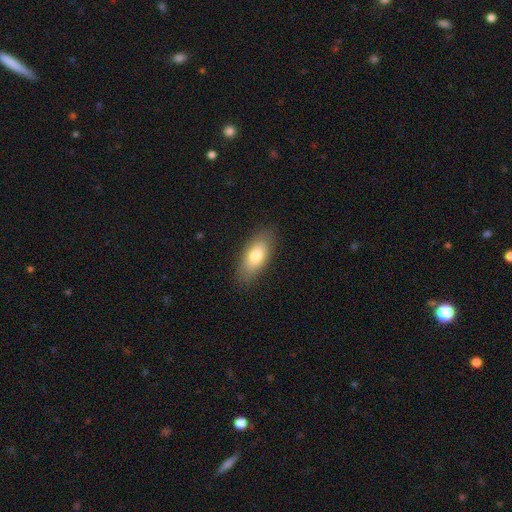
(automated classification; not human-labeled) smooth 78%, featured or disk 15%, star or artifact 7%. Down the decision tree: how rounded — in between (84%); merging — none (86%).